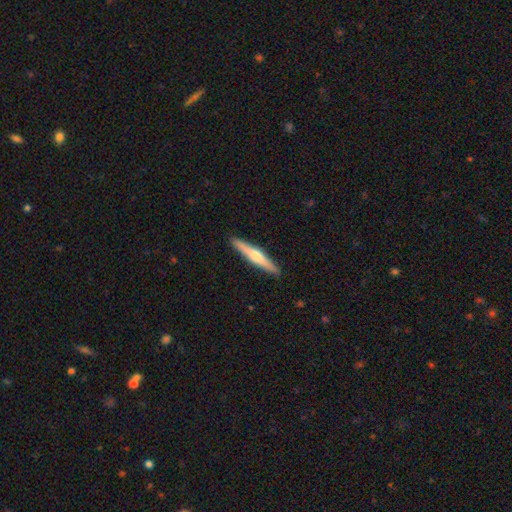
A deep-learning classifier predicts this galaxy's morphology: A featured or disk galaxy (58%) viewed edge-on (97%) with a rounded central bulge (85%). Merging: none (92%).